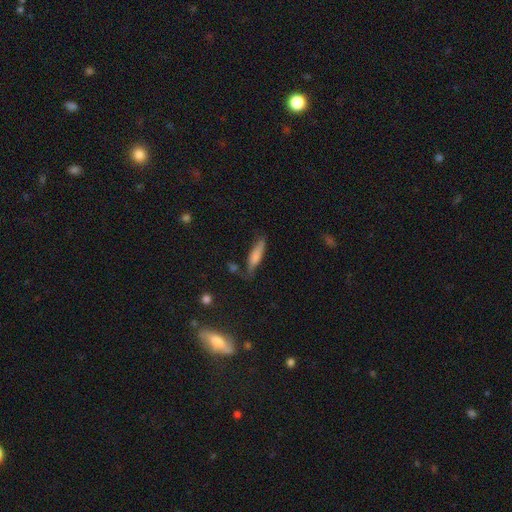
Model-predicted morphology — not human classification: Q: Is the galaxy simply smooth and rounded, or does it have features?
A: smooth — 73%.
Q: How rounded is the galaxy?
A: cigar-shaped — 74%.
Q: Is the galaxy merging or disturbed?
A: none — 64%.